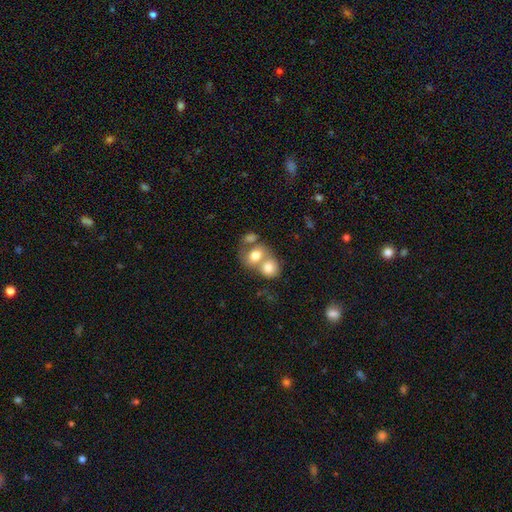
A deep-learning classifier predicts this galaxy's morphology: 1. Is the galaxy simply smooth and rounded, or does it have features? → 71% smooth, 20% featured or disk, 9% star or artifact.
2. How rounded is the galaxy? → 50% round, 49% in between, 1% cigar-shaped.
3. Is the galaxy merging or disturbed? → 67% merger, 21% none, 7% minor disturbance, 5% major disturbance.